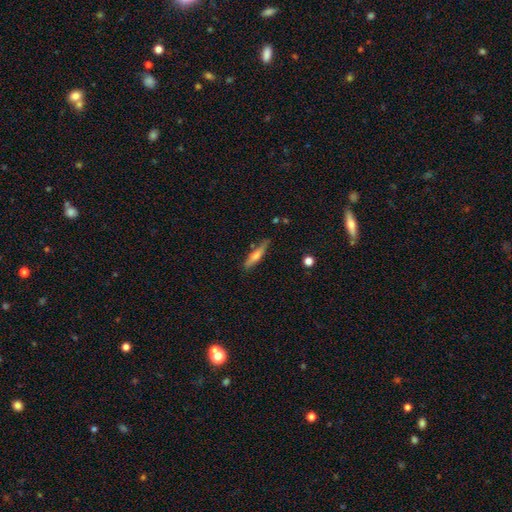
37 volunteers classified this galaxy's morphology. Smooth or featured? 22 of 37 (59%) said featured or disk. Edge-on disk? 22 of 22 (100%) said yes. Edge-on bulge? 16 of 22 (73%) said rounded. Merging? 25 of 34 (74%) said none.